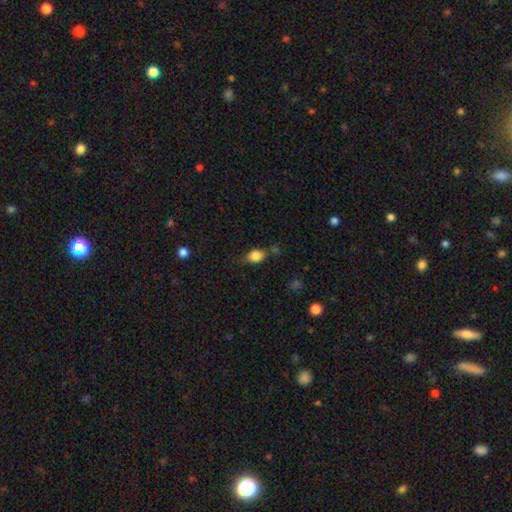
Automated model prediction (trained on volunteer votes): Smooth or featured?
  - smooth: 82% *
  - star or artifact: 9%
  - featured or disk: 9%
How rounded?
  - in between: 66% *
  - round: 31%
  - cigar-shaped: 3%
Merging?
  - none: 57% *
  - minor disturbance: 28%
  - major disturbance: 8%
  - merger: 7%